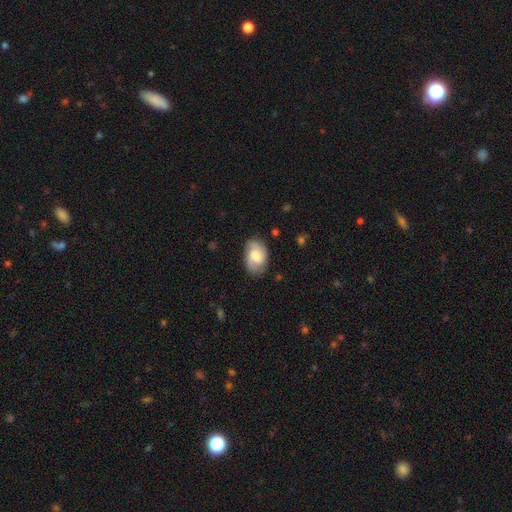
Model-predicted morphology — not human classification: A smooth galaxy with no disk features (52%) that is in between round and cigar-shaped (87%). Merging: none (75%).